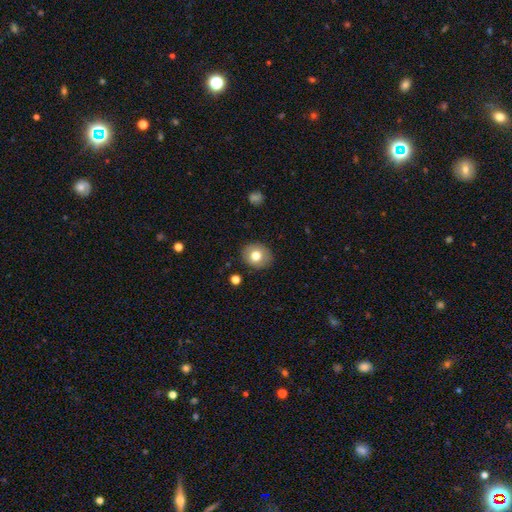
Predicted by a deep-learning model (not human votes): This appears to be a smooth galaxy with no disk features (76%) that is round (73%). Merging: none (88%).